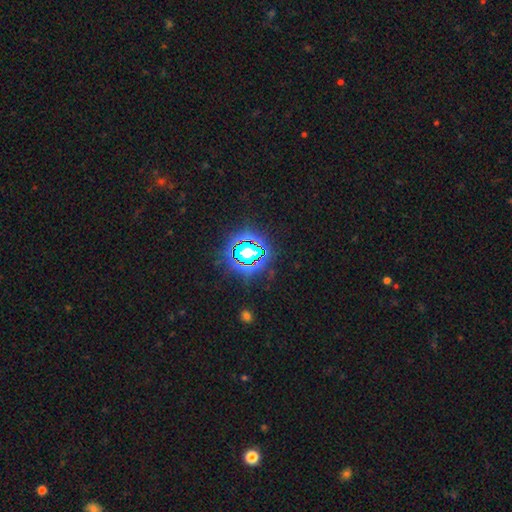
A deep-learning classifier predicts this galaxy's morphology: star or artifact 82%, smooth 11%, featured or disk 6%.